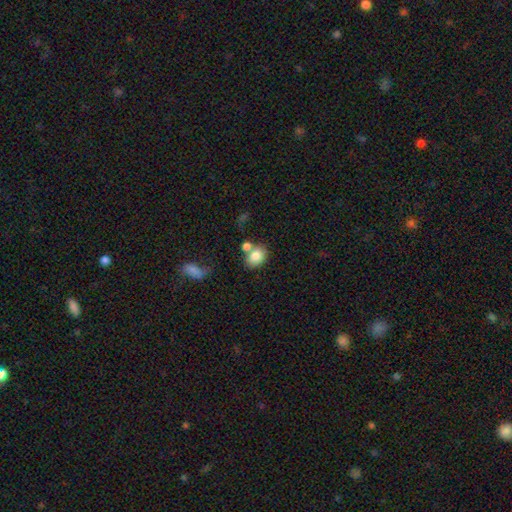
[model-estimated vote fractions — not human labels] Smooth or featured? Predicted: smooth (p=0.81). How rounded? Predicted: in between (p=0.58). Merging? Predicted: none (p=0.50).